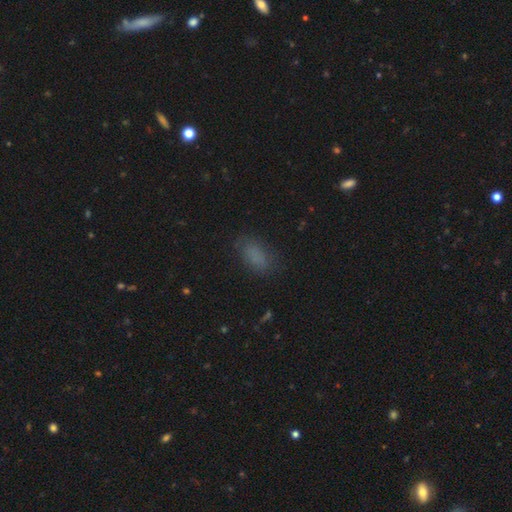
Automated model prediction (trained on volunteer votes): Smooth or featured? smooth (80%)
How rounded? in between (88%)
Merging? none (77%)